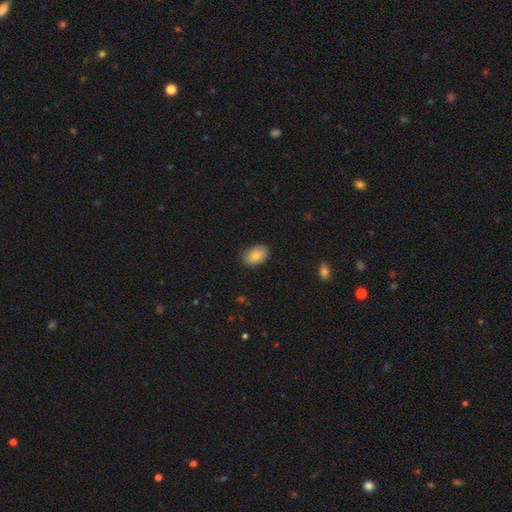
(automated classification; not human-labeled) Smooth or featured: smooth — 78% (featured or disk — 14%)
How rounded: in between — 82% (round — 17%)
Merging: none — 79% (minor disturbance — 17%)